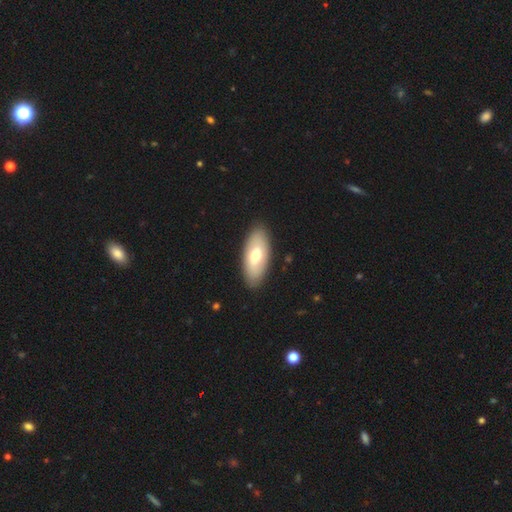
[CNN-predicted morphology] A smooth galaxy with no disk features (64%) that is in between round and cigar-shaped (90%).

Vote fractions:
- Smooth or featured? smooth: 64% / featured or disk: 31% / star or artifact: 5%
- How rounded? in between: 90% / cigar-shaped: 8% / round: 2%
- Merging? none: 88% / minor disturbance: 9% / major disturbance: 2% / merger: 1%